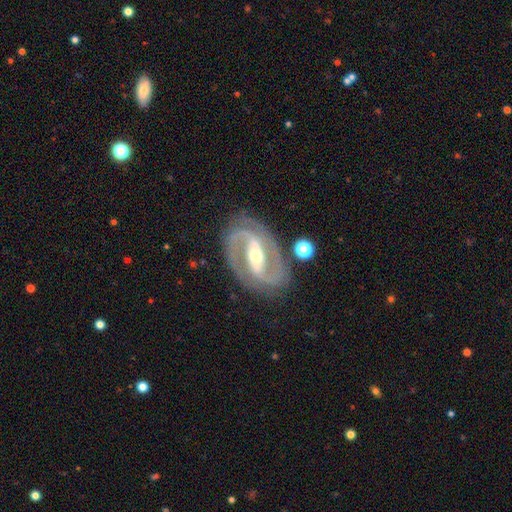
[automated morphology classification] type=featured or disk (91%); edge-on=no (96%); bar=strong (63%); spiral arms=yes (97%); winding=medium (53%); arm count=2 (92%); bulge=moderate (51%); merging=none (82%).